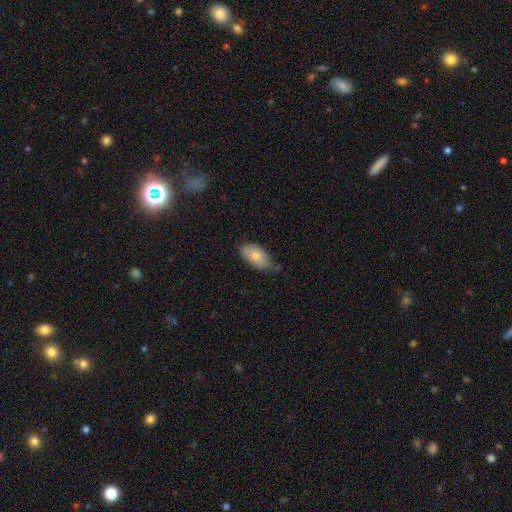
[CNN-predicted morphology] Q: Smooth or featured?
A: smooth (81%); runner-up: featured or disk (12%)
Q: How rounded?
A: in between (93%); runner-up: cigar-shaped (4%)
Q: Merging?
A: none (63%); runner-up: minor disturbance (29%)